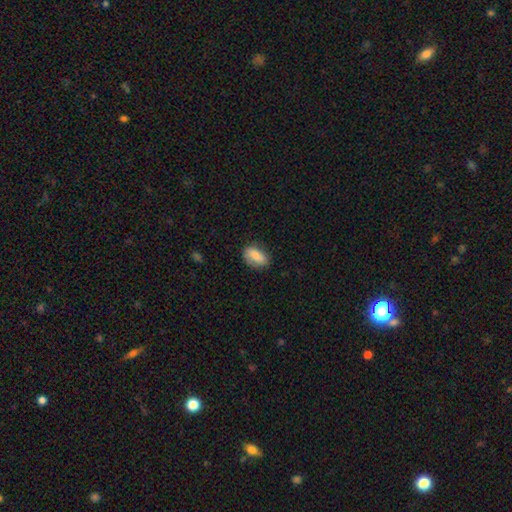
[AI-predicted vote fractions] This is likely a smooth galaxy (80%). How rounded: clearly in between (88%). Merging: likely none (74%).